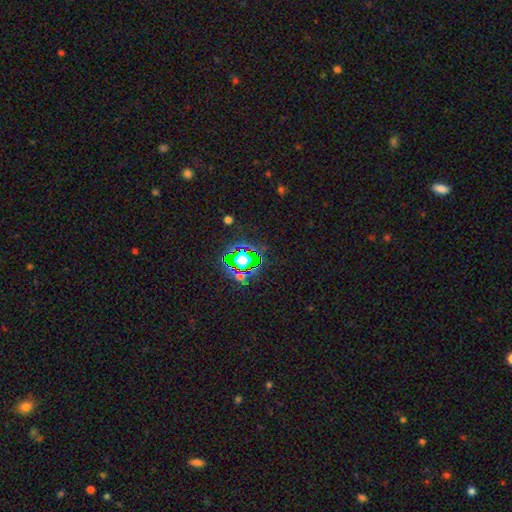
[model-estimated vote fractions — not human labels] smooth-or-featured: star or artifact: 76% | smooth: 15% | featured or disk: 9%